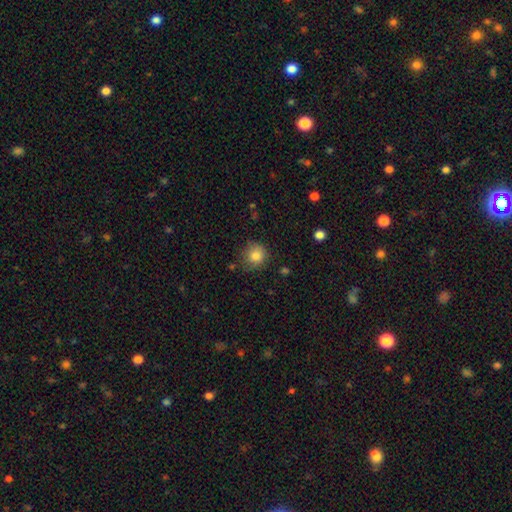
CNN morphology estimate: Smooth or featured: smooth — 83% (star or artifact — 10%)
How rounded: round — 89% (in between — 10%)
Merging: none — 75% (minor disturbance — 18%)